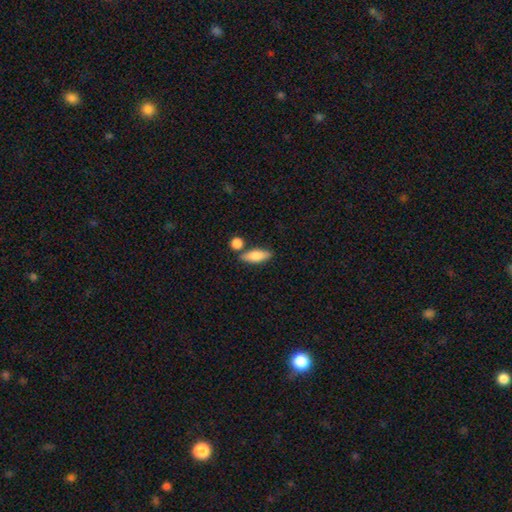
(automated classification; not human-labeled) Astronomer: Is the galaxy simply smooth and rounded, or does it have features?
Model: smooth — 79%.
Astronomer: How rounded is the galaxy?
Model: in between — 65%.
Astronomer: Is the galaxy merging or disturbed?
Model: none — 68%.